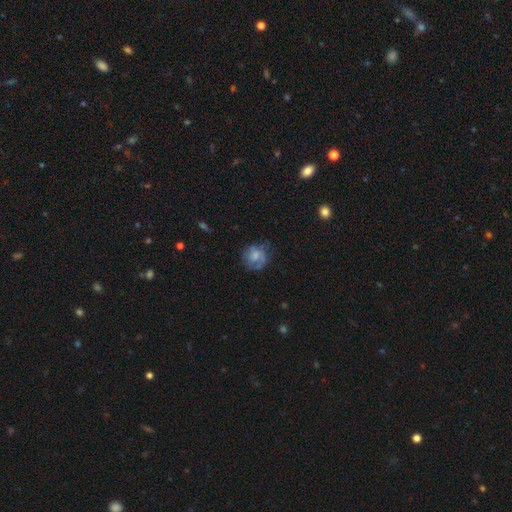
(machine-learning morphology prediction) This is possibly a smooth galaxy (54%). How rounded: likely round (75%). Merging: possibly none (53%).